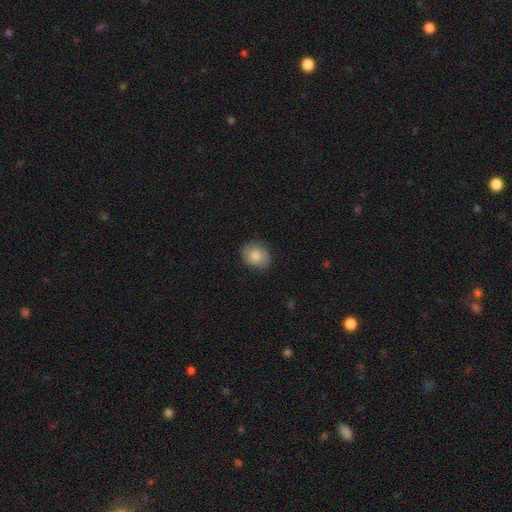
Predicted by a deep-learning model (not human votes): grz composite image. It shows a smooth galaxy with no disk features (78%) that is round (59%). Merging: none (80%).